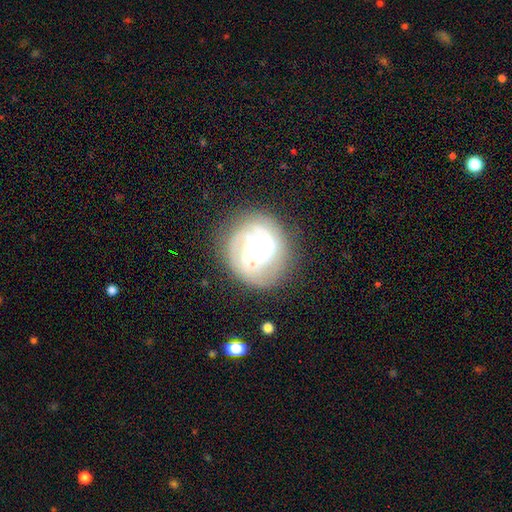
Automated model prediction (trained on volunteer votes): smooth_or_featured: featured or disk (p=0.70) [alt: smooth p=0.19]
disk_edge_on: no (p=0.97) [alt: yes p=0.03]
bar: weak (p=0.42) [alt: no p=0.38]
has_spiral_arms: yes (p=0.91) [alt: no p=0.09]
spiral_winding: tight (p=0.63) [alt: medium p=0.28]
spiral_arm_count: 2 (p=0.51) [alt: can't tell p=0.22]
bulge_size: small (p=0.49) [alt: moderate p=0.33]
merging: none (p=0.80) [alt: minor disturbance p=0.13]